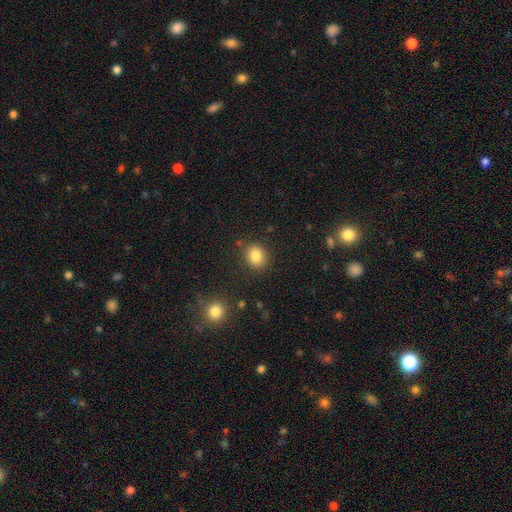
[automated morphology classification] Smooth or featured? smooth (84%)
How rounded? round (66%)
Merging? none (84%)